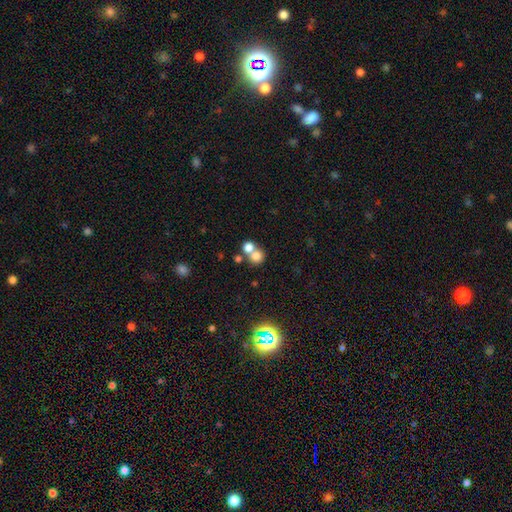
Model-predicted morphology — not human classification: This is likely a smooth galaxy (74%). How rounded: clearly round (85%). Merging: possibly merger (52%).